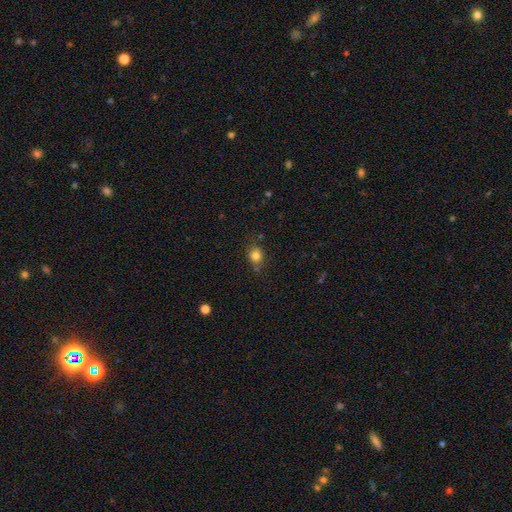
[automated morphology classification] smooth-or-featured: smooth: 81% | star or artifact: 12% | featured or disk: 7%
  how-rounded: round: 71% | in between: 28% | cigar-shaped: 1%
  merging: none: 74% | minor disturbance: 16% | merger: 5% | major disturbance: 4%